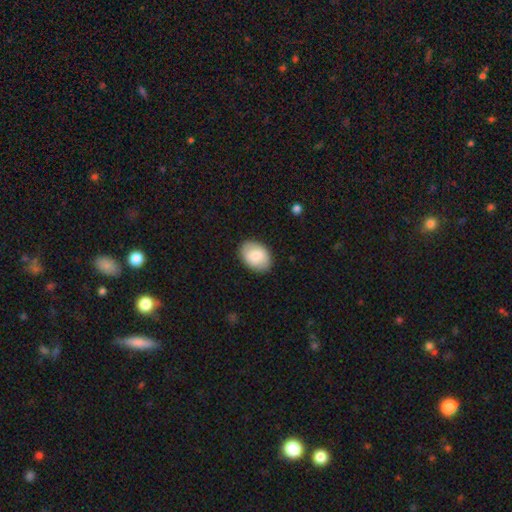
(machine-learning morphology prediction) This is likely a smooth galaxy (78%). How rounded: likely in between (80%). Merging: clearly none (87%).